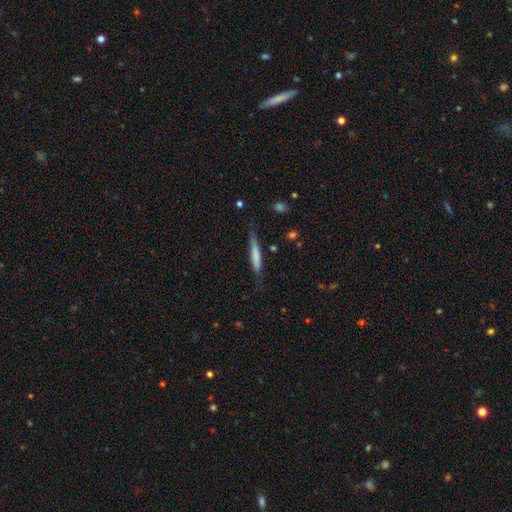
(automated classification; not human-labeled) A smooth galaxy with no disk features (64%) that is cigar-shaped (92%). Merging: none (68%).